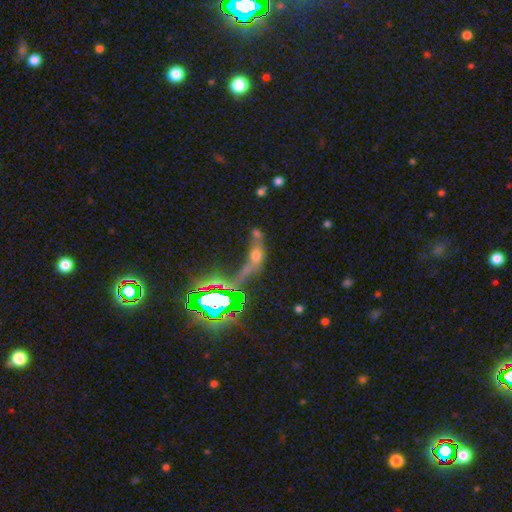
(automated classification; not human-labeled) The model was most divided on "smooth or featured" (2-way tie): smooth: 36%, star or artifact: 36%, featured or disk: 28%. Remaining: merging — merger (40%).